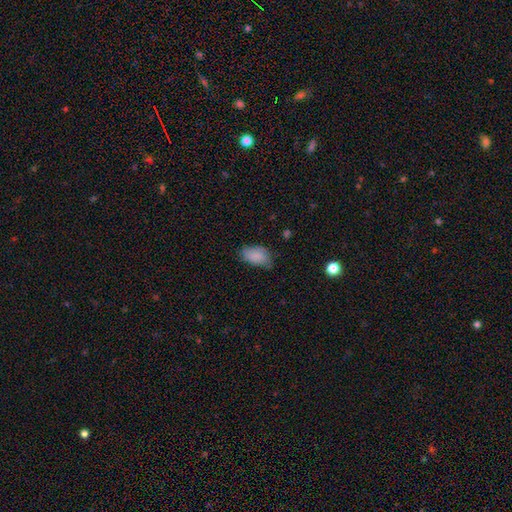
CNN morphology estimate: Smooth or featured? Predicted: smooth (p=0.84). How rounded? Predicted: in between (p=0.92). Merging? Predicted: none (p=0.60).